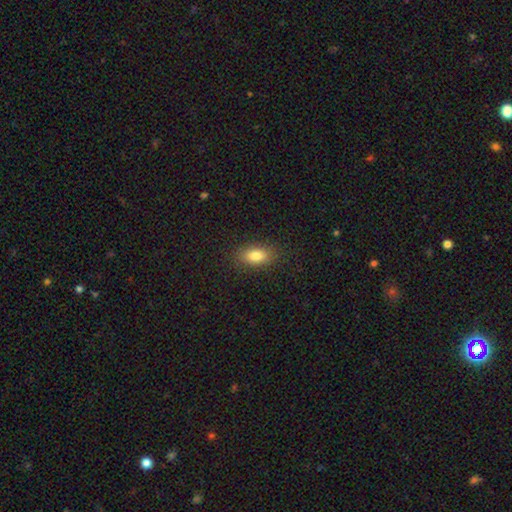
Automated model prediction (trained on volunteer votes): Overall: smooth (83%). How rounded: in between (86%). Merging: none (86%).